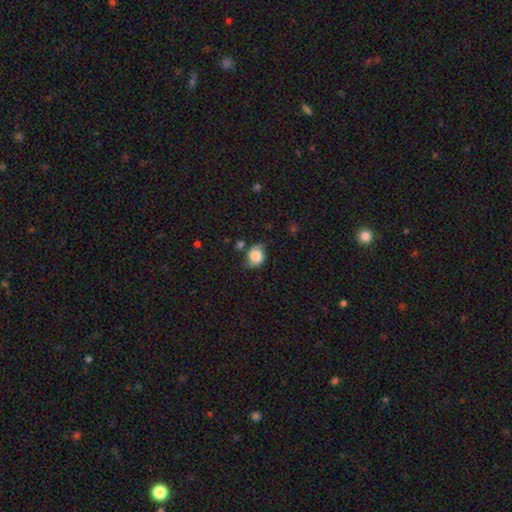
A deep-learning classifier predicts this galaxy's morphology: This appears to be a smooth galaxy with no disk features (75%) that is round (51%). Merging: none (62%).